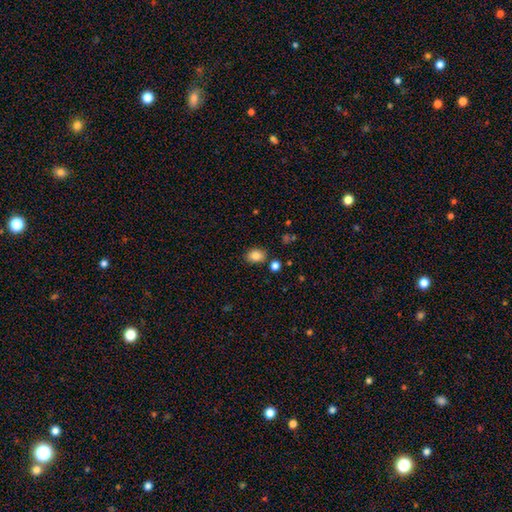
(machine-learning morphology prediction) Smooth or featured? smooth (84%)
How rounded? in between (66%)
Merging? none (81%)